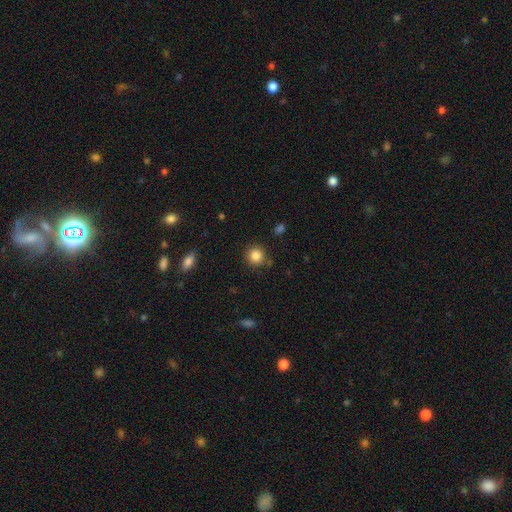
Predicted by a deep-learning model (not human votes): Smooth or featured: smooth — 86% (star or artifact — 10%)
How rounded: round — 93% (in between — 6%)
Merging: none — 86% (minor disturbance — 8%)